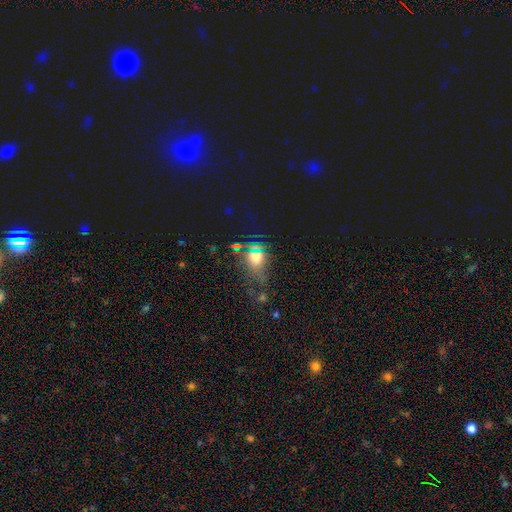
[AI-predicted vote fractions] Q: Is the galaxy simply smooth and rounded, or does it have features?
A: smooth — 45%.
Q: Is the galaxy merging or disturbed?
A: none — 58%.